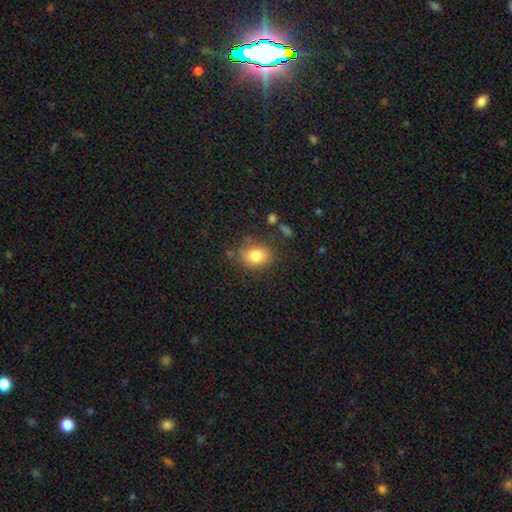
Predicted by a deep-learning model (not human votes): A smooth galaxy with no disk features (82%) that is in between round and cigar-shaped (57%). Merging: none (70%).